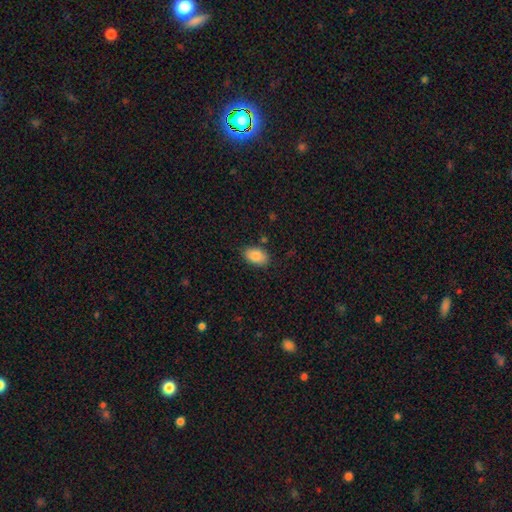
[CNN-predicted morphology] Overall: smooth (85%). How rounded: in between (89%). Merging: none (83%).